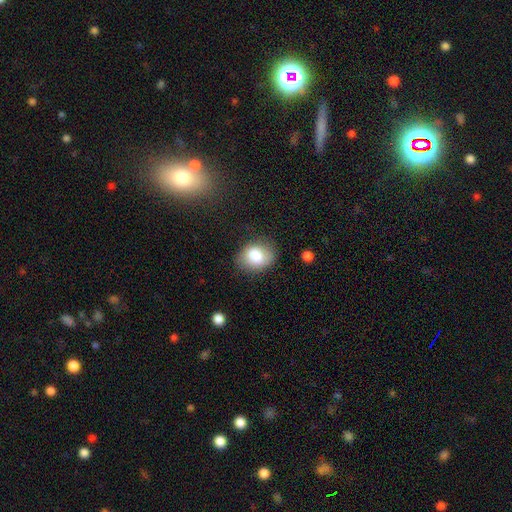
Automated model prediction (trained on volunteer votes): Q: Smooth or featured?
A: smooth (81%); runner-up: featured or disk (11%)
Q: How rounded?
A: in between (65%); runner-up: round (34%)
Q: Merging?
A: none (73%); runner-up: minor disturbance (19%)